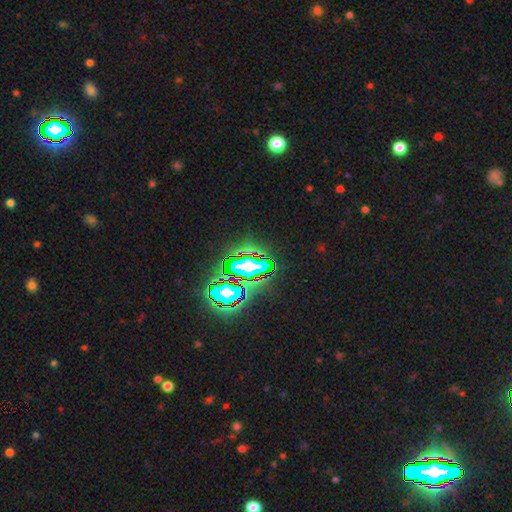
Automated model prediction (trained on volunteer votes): smooth_or_featured: star or artifact (p=0.83) [alt: smooth p=0.10]